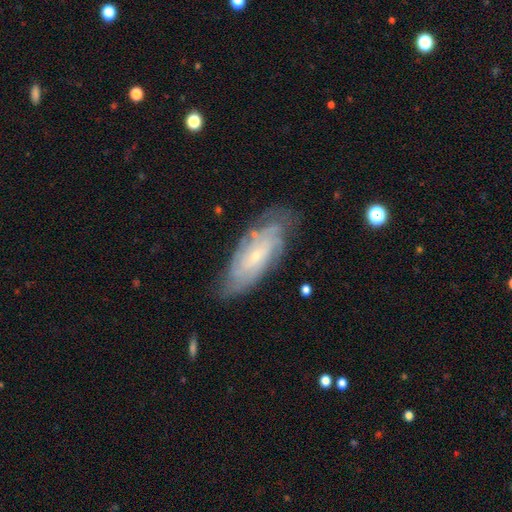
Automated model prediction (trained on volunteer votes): smooth-or-featured: featured or disk: 76% | smooth: 17% | star or artifact: 7%
  disk-edge-on: no: 89% | yes: 11%
    bar: no: 68% | weak: 26% | strong: 6%
    has-spiral-arms: yes: 91% | no: 9%
      spiral-winding: tight: 69% | medium: 25% | loose: 7%
      spiral-arm-count: can't tell: 51% | 2: 15% | 4: 13% | 3: 11% | more than 4: 6% | 1: 4%
    bulge-size: small: 79% | moderate: 17% | none: 2% | large: 1% | dominant: 1%
  merging: none: 72% | minor disturbance: 20% | major disturbance: 6% | merger: 2%